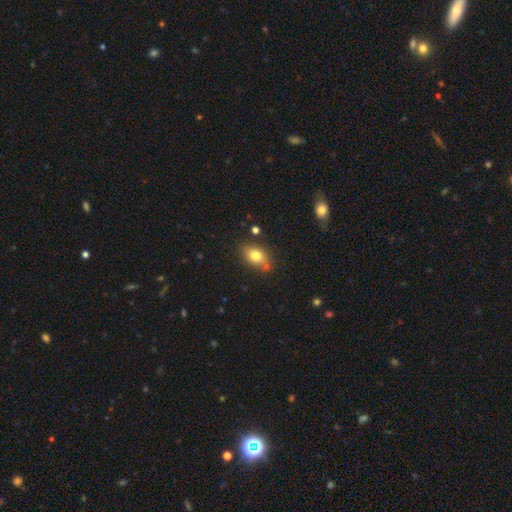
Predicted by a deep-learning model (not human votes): Q: Smooth or featured?
A: smooth (78%); runner-up: featured or disk (12%)
Q: How rounded?
A: in between (76%); runner-up: round (22%)
Q: Merging?
A: none (73%); runner-up: minor disturbance (15%)